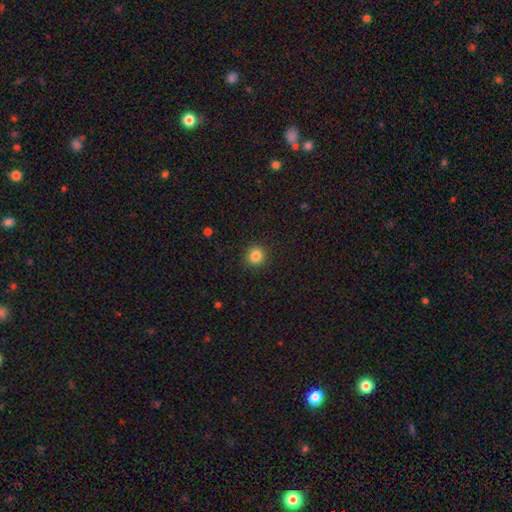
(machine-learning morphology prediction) This appears to be a smooth galaxy with no disk features (84%) that is round (90%). Merging: none (90%).